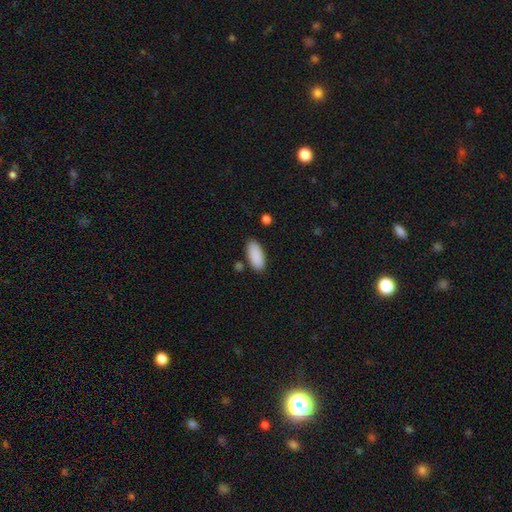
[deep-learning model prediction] This appears to be a smooth galaxy with no disk features (90%) that is in between round and cigar-shaped (88%). Merging: none (84%).